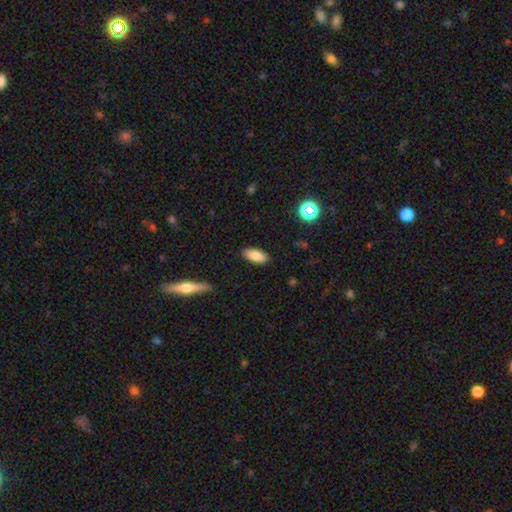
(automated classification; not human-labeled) This appears to be a smooth galaxy with no disk features (86%) that is in between round and cigar-shaped (87%). Merging: none (87%).